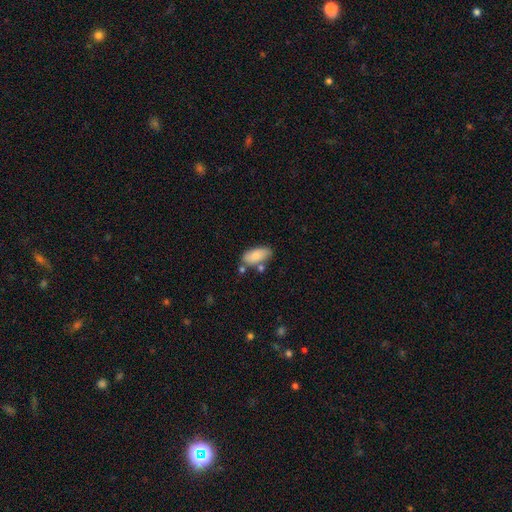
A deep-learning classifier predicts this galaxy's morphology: A smooth galaxy with no disk features (79%) that is in between round and cigar-shaped (90%).

Vote fractions:
- Smooth or featured? smooth: 79% / featured or disk: 14% / star or artifact: 7%
- How rounded? in between: 90% / cigar-shaped: 8% / round: 3%
- Merging? none: 62% / minor disturbance: 21% / merger: 12% / major disturbance: 5%